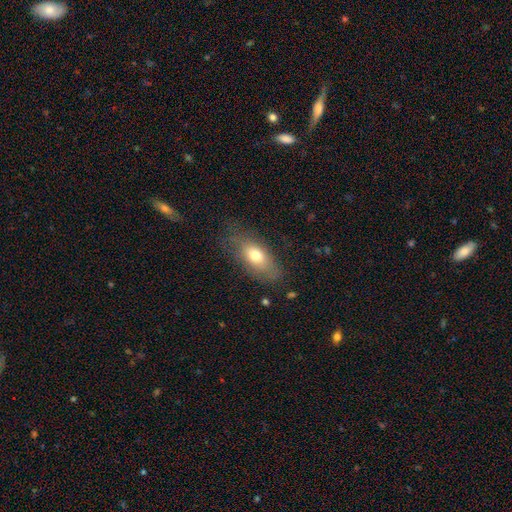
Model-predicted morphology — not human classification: Overall: smooth (70%). How rounded: in between (84%). Merging: none (69%).